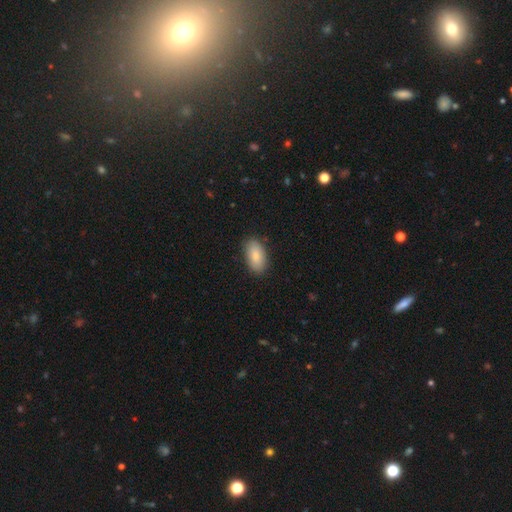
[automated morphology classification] This is clearly a smooth galaxy (84%). How rounded: clearly in between (94%). Merging: clearly none (86%).